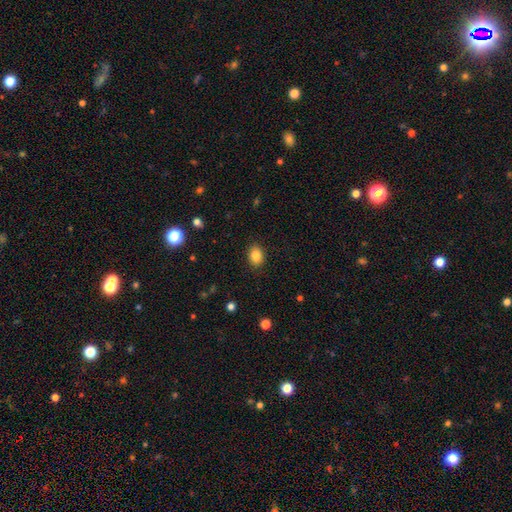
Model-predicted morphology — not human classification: Smooth or featured? Predicted: smooth (p=0.85). How rounded? Predicted: in between (p=0.63). Merging? Predicted: none (p=0.88).